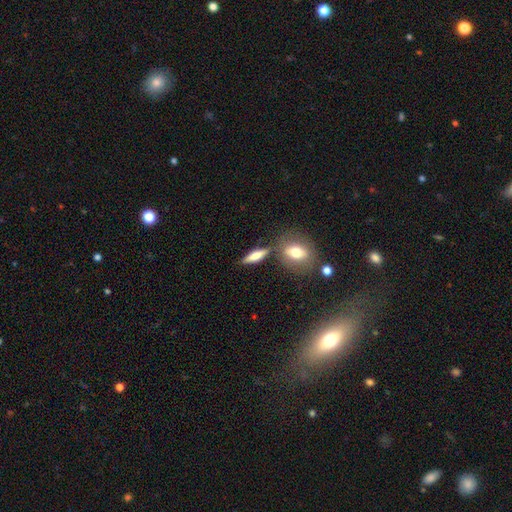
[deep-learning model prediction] smooth-or-featured: smooth: 65% | featured or disk: 28% | star or artifact: 8%
  how-rounded: cigar-shaped: 56% | in between: 38% | round: 6%
  merging: none: 73% | merger: 12% | minor disturbance: 11% | major disturbance: 4%